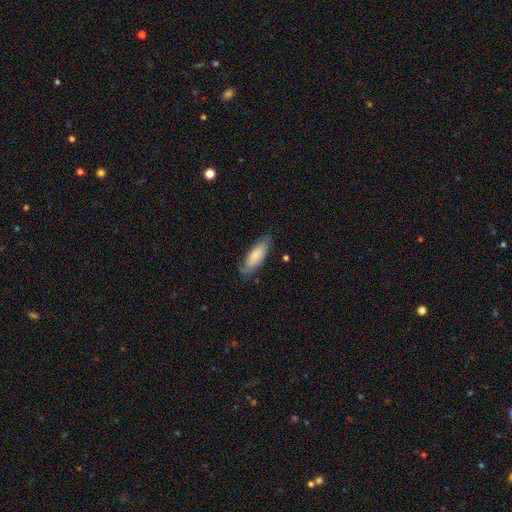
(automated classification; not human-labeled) Morphology: type=smooth (68%); roundness=in between (69%); merging=none (70%).